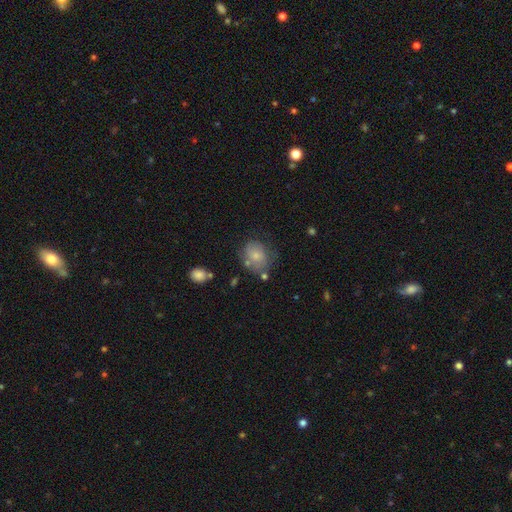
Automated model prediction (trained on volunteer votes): The model was most divided on "how rounded": round: 54%, in between: 45%, cigar-shaped: 1%. More confident: smooth or featured — smooth (70%); merging — none (56%).